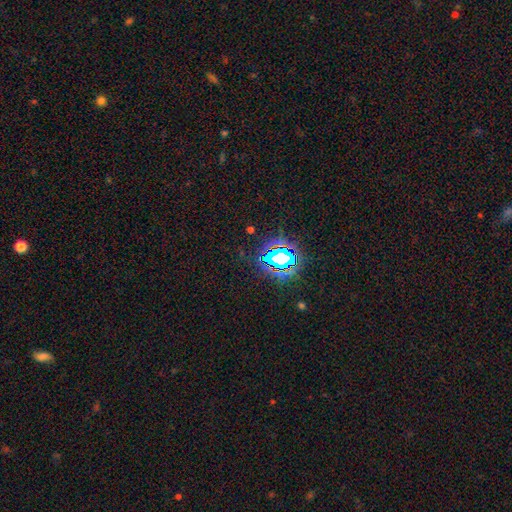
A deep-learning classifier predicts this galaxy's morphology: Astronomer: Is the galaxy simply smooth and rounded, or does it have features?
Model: star or artifact — 80%.